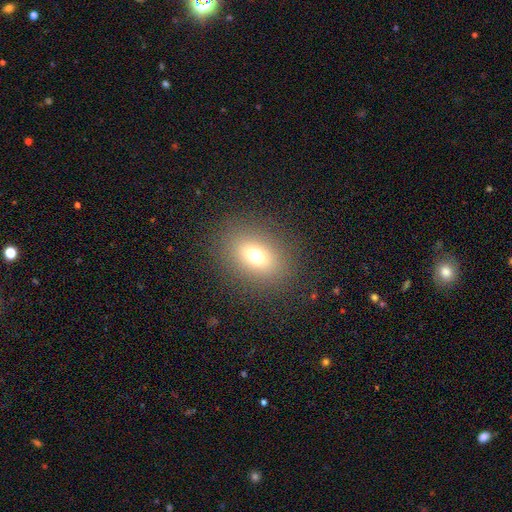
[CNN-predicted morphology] Smooth or featured?
  - smooth: 69% *
  - star or artifact: 18%
  - featured or disk: 14%
How rounded?
  - in between: 57% *
  - round: 41%
  - cigar-shaped: 2%
Merging?
  - none: 86% *
  - minor disturbance: 8%
  - major disturbance: 5%
  - merger: 1%